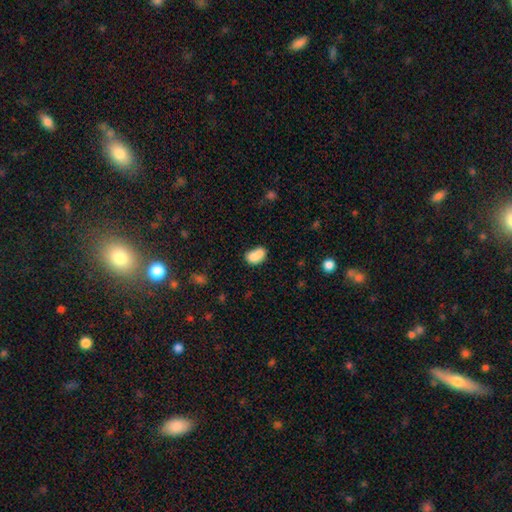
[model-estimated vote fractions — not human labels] Q: Smooth or featured?
A: smooth (78%); runner-up: featured or disk (12%)
Q: How rounded?
A: in between (77%); runner-up: round (22%)
Q: Merging?
A: merger (47%); runner-up: none (31%)